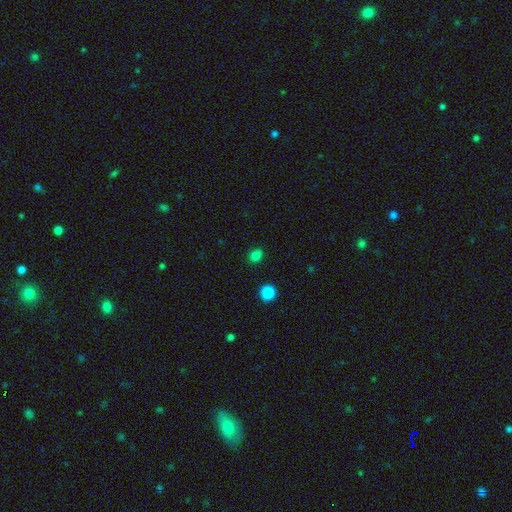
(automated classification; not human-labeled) smooth-or-featured: smooth: 80% | star or artifact: 17% | featured or disk: 3%
  how-rounded: round: 71% | in between: 28% | cigar-shaped: 1%
  merging: none: 87% | minor disturbance: 8% | major disturbance: 3% | merger: 2%